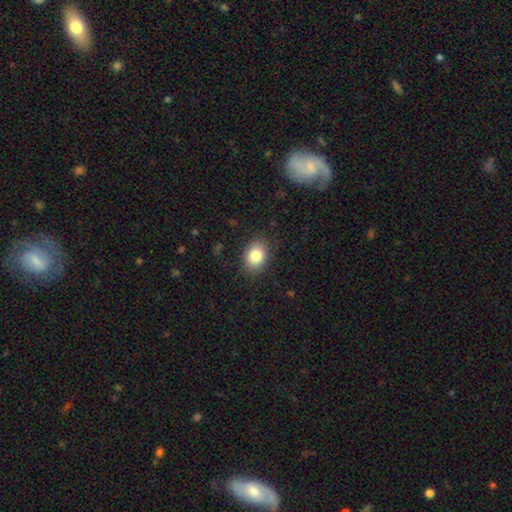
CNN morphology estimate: Smooth or featured? smooth (84%)
How rounded? in between (65%)
Merging? none (86%)